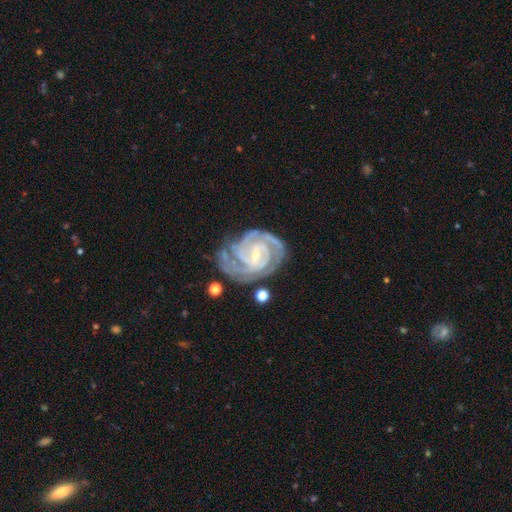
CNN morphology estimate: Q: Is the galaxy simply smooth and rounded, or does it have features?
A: featured or disk — 91%.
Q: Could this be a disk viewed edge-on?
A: no — 98%.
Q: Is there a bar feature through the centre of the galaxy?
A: weak — 45%.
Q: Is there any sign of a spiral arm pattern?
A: yes — 99%.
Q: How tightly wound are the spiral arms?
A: tight — 76%.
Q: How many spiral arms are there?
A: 2 — 41%.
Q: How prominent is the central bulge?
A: small — 72%.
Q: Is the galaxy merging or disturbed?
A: none — 73%.